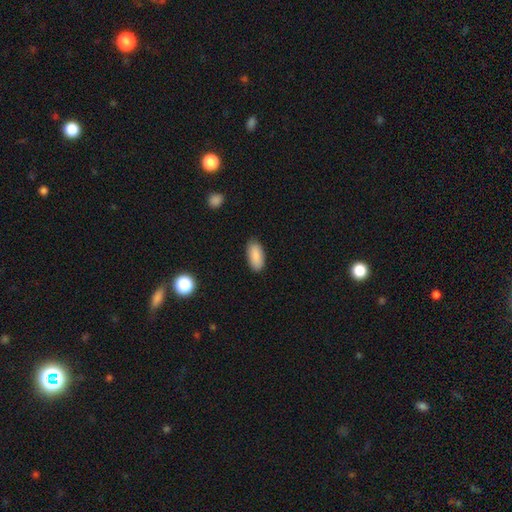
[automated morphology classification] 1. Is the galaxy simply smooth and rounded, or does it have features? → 88% smooth, 7% star or artifact, 5% featured or disk.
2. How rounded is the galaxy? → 90% in between, 8% cigar-shaped, 2% round.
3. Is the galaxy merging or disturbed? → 85% none, 12% minor disturbance, 2% major disturbance, 1% merger.